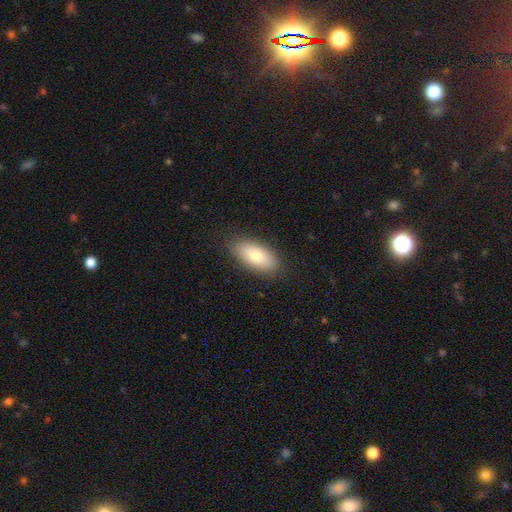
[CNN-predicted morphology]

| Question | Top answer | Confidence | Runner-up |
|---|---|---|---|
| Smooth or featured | smooth | 79% | featured or disk (14%) |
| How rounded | in between | 87% | cigar-shaped (10%) |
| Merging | none | 88% | minor disturbance (9%) |